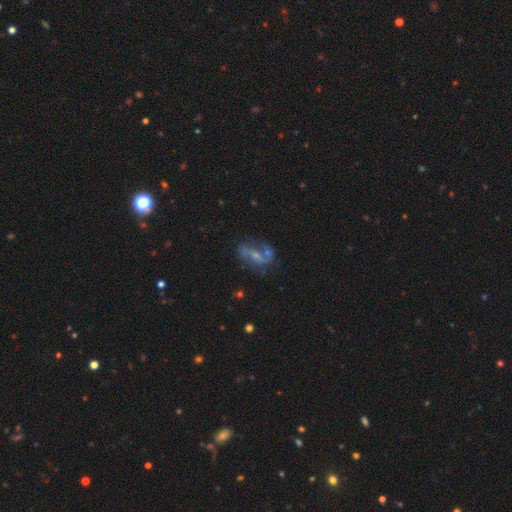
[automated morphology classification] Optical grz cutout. It shows a featured or disk galaxy (69%) with a weak bar (37%), spiral arms (76%) and a small central bulge (56%). Merging: none (50%).